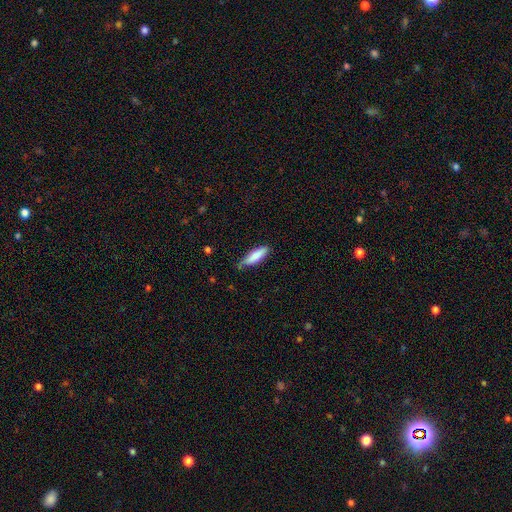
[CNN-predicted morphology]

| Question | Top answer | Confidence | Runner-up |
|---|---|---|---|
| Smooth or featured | smooth | 79% | featured or disk (16%) |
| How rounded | cigar-shaped | 58% | in between (41%) |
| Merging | none | 62% | minor disturbance (31%) |